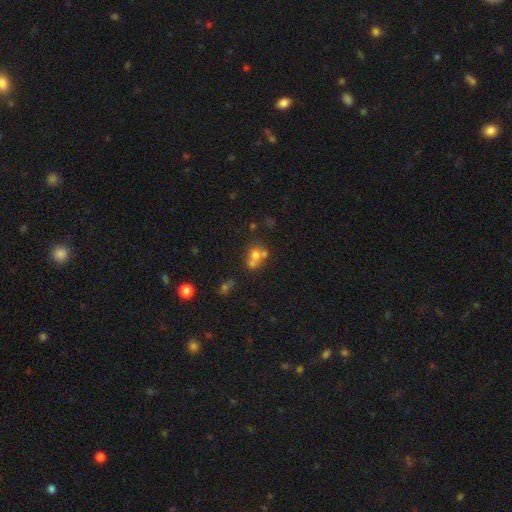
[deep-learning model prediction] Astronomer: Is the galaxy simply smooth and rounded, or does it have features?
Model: smooth — 62%.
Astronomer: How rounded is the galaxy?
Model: round — 72%.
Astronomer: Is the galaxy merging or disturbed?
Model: merger — 56% (runner-up: none, 32%).